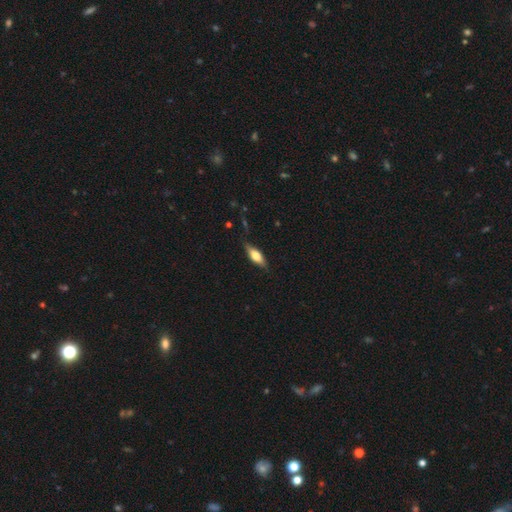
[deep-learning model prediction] Smooth or featured: smooth — 57% (featured or disk — 37%)
How rounded: in between — 60% (cigar-shaped — 37%)
Merging: none — 75% (minor disturbance — 19%)